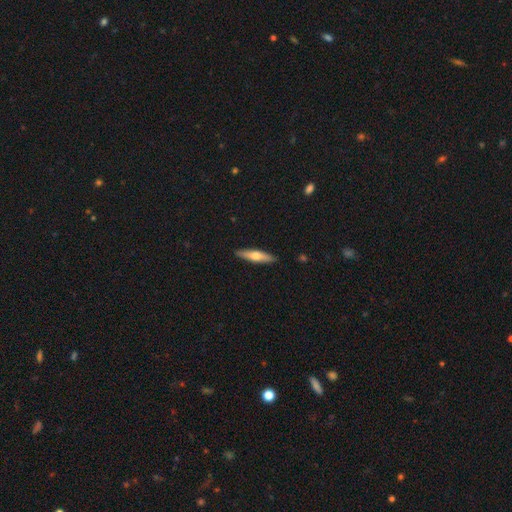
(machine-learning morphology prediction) Smooth or featured?
  - smooth: 52% *
  - featured or disk: 43%
  - star or artifact: 5%
How rounded?
  - cigar-shaped: 80% *
  - in between: 18%
  - round: 2%
Merging?
  - none: 90% *
  - minor disturbance: 7%
  - major disturbance: 1%
  - merger: 1%